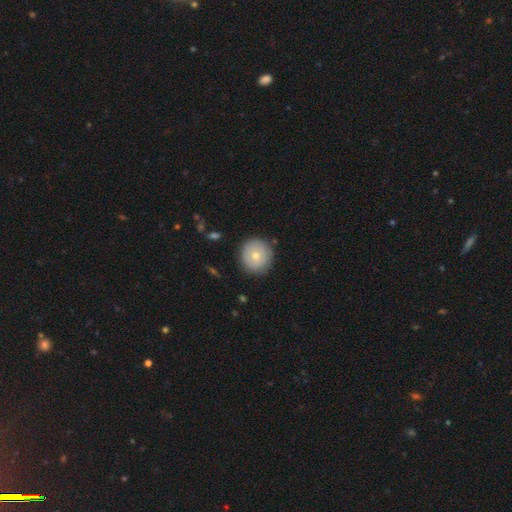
Overall: smooth (77%). How rounded: round (87%). Merging: none (86%).